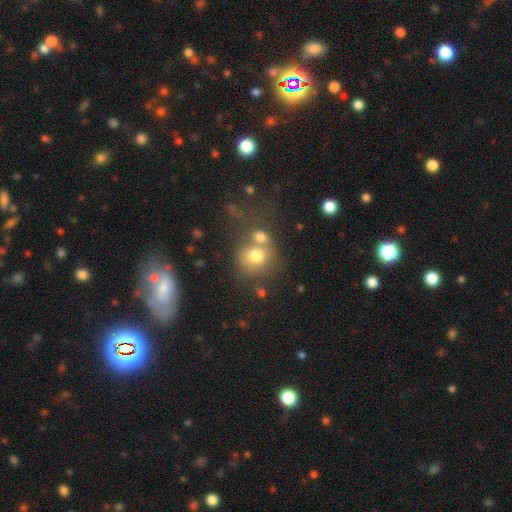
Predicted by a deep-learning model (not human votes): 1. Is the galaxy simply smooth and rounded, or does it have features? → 73% smooth, 15% featured or disk, 12% star or artifact.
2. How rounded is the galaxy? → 79% round, 20% in between, 1% cigar-shaped.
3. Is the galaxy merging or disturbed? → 45% merger, 39% none, 10% minor disturbance, 7% major disturbance.